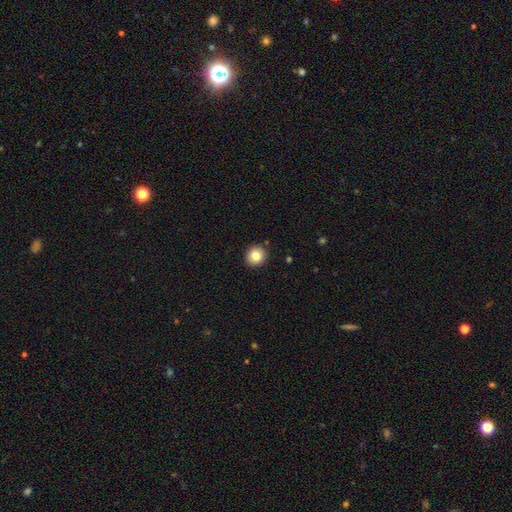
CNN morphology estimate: This is clearly a smooth galaxy (83%). How rounded: clearly round (90%). Merging: clearly none (92%).